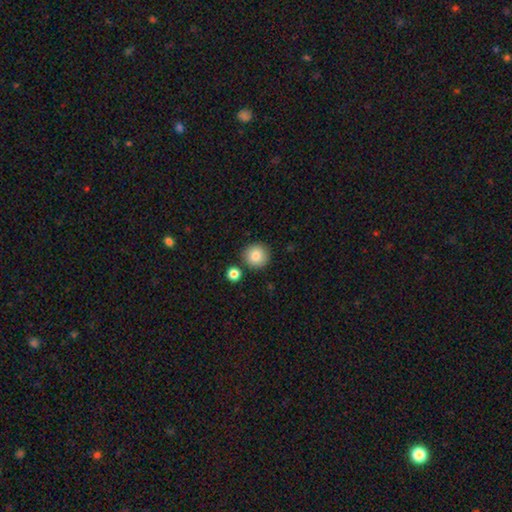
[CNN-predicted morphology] A smooth galaxy with no disk features (84%) that is round (94%). Merging: none (85%).